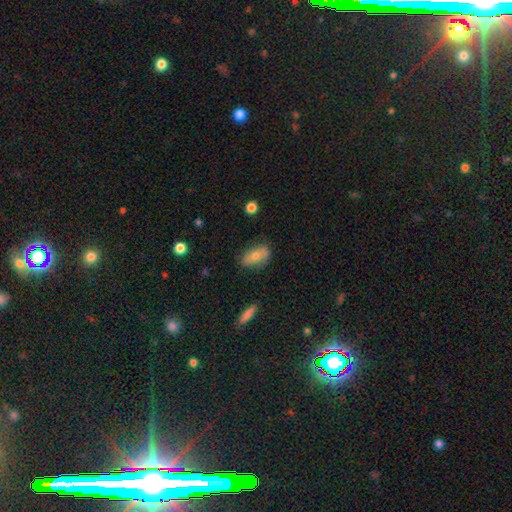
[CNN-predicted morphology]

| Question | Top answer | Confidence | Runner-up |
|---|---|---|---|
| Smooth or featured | smooth | 63% | featured or disk (28%) |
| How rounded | in between | 86% | cigar-shaped (8%) |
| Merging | none | 77% | minor disturbance (17%) |